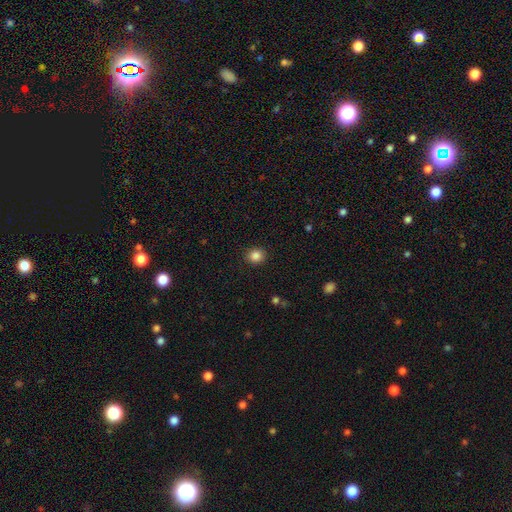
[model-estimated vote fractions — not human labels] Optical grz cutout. It shows a smooth galaxy with no disk features (86%) that is round (81%). Merging: none (90%).